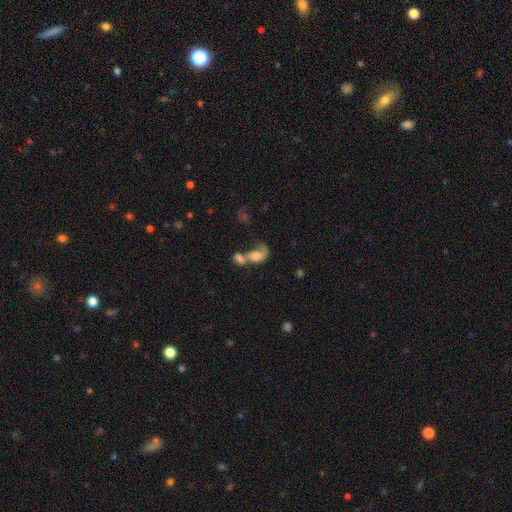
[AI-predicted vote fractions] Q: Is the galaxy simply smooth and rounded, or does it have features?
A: smooth — 49%.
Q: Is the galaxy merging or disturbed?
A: merger — 66%.